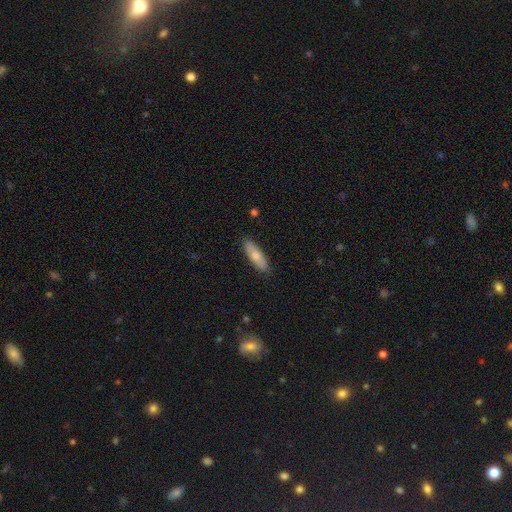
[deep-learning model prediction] Smooth or featured? Predicted: smooth (p=0.74). How rounded? Predicted: cigar-shaped (p=0.50). Merging? Predicted: none (p=0.87).